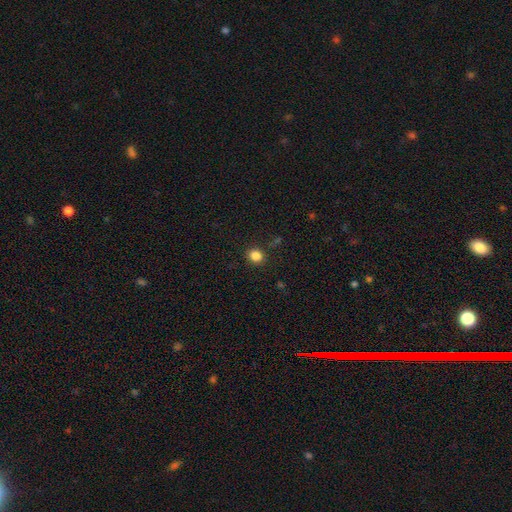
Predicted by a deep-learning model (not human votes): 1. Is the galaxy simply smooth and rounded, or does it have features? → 85% smooth, 12% star or artifact, 4% featured or disk.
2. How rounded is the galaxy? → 79% round, 20% in between, 1% cigar-shaped.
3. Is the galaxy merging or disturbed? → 88% none, 8% minor disturbance, 3% major disturbance, 2% merger.